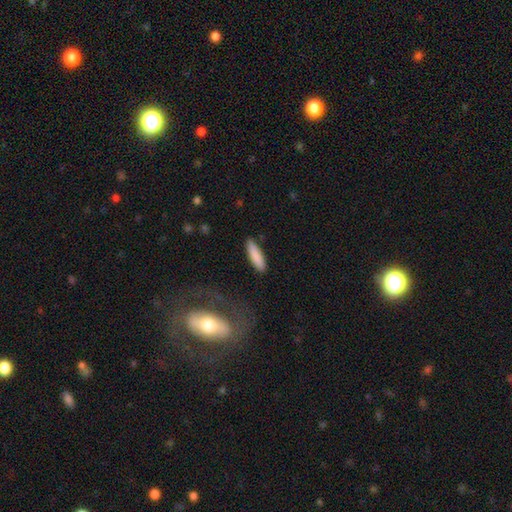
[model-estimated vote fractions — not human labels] A smooth galaxy with no disk features (87%) that is cigar-shaped (68%). Merging: none (88%).